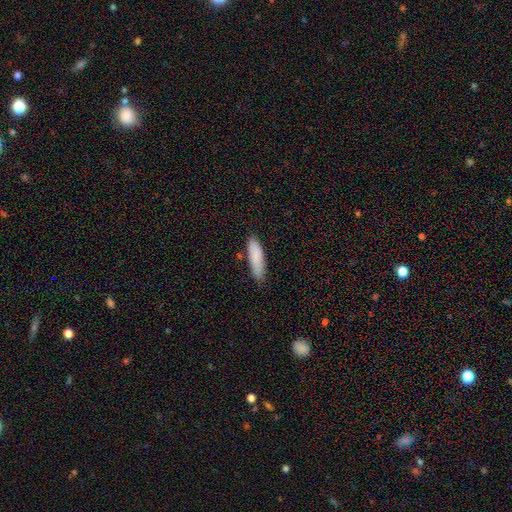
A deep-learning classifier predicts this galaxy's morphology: Q: Smooth or featured?
A: smooth (86%); runner-up: featured or disk (8%)
Q: How rounded?
A: cigar-shaped (65%); runner-up: in between (34%)
Q: Merging?
A: none (79%); runner-up: minor disturbance (16%)